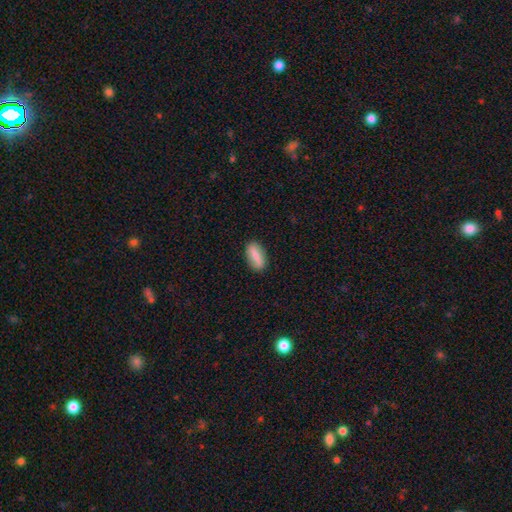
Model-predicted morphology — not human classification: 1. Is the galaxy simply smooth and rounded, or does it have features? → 78% smooth, 15% featured or disk, 7% star or artifact.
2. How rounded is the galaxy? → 74% in between, 22% cigar-shaped, 4% round.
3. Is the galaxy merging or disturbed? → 87% none, 9% minor disturbance, 2% major disturbance, 1% merger.